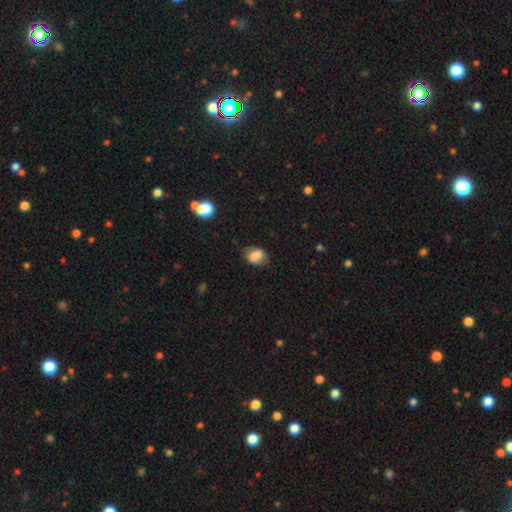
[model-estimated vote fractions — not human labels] Overall: smooth (75%). How rounded: in between (72%). Merging: none (70%).